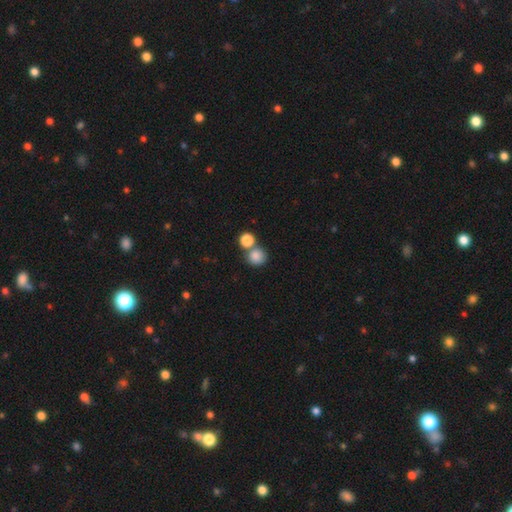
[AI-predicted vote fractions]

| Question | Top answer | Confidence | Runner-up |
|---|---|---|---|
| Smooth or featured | smooth | 84% | star or artifact (10%) |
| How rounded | round | 87% | in between (12%) |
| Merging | none | 53% | merger (35%) |